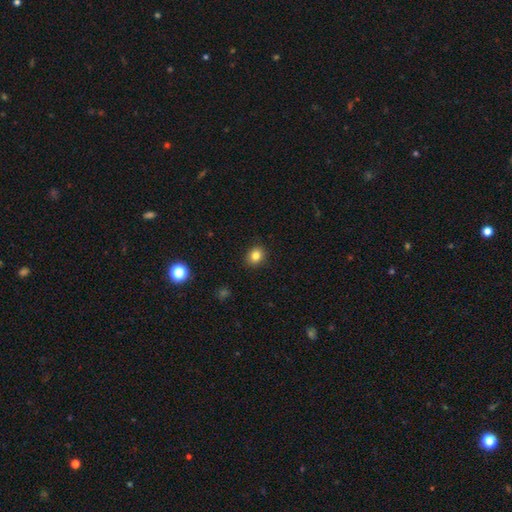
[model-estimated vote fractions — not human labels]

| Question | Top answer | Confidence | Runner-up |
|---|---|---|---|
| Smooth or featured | smooth | 82% | star or artifact (11%) |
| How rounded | round | 69% | in between (30%) |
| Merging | none | 90% | minor disturbance (7%) |